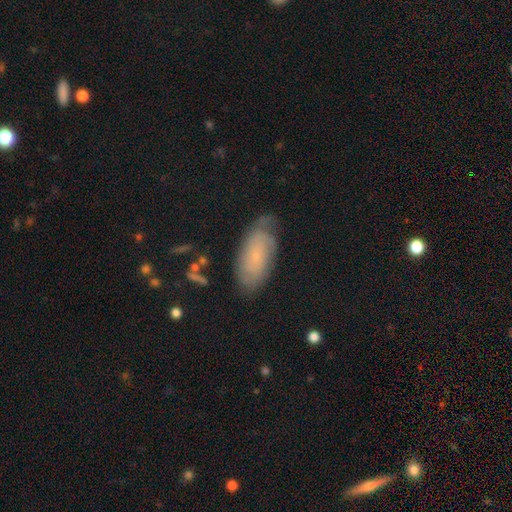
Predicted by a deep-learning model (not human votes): Smooth or featured: featured or disk — 46% (smooth — 44%)
Merging: none — 64% (minor disturbance — 26%)